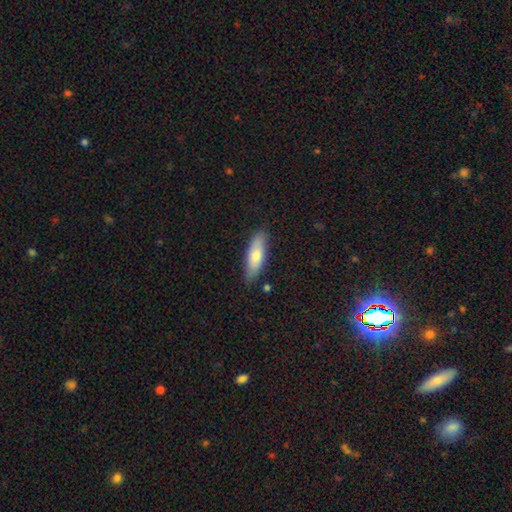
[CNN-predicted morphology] Smooth or featured? smooth (73%)
How rounded? in between (52%)
Merging? none (83%)